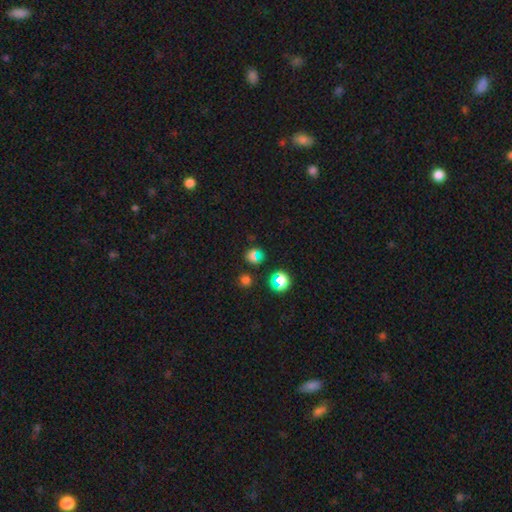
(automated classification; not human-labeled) Overall: smooth (51%; star or artifact 40%). How rounded: round (82%). Merging: none (76%).